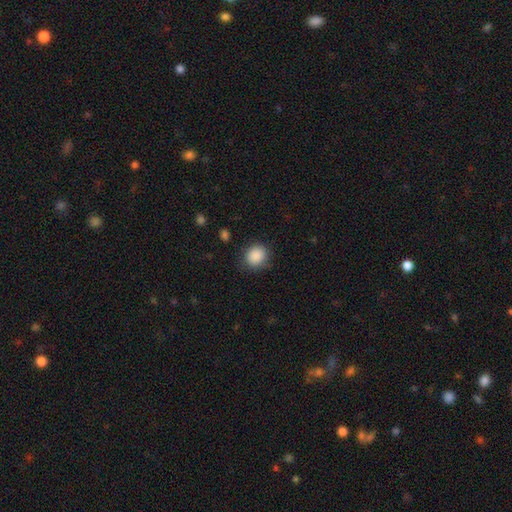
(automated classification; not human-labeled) Morphology: type=smooth (88%); roundness=round (77%); merging=none (83%).